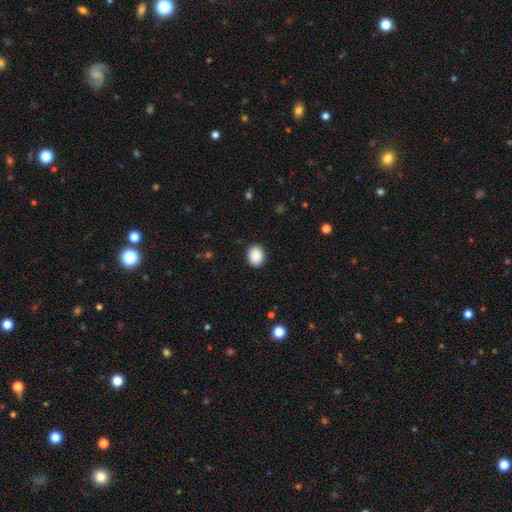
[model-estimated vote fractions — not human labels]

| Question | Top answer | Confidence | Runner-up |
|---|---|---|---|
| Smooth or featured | smooth | 90% | star or artifact (8%) |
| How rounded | in between | 56% | round (43%) |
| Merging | none | 89% | minor disturbance (8%) |